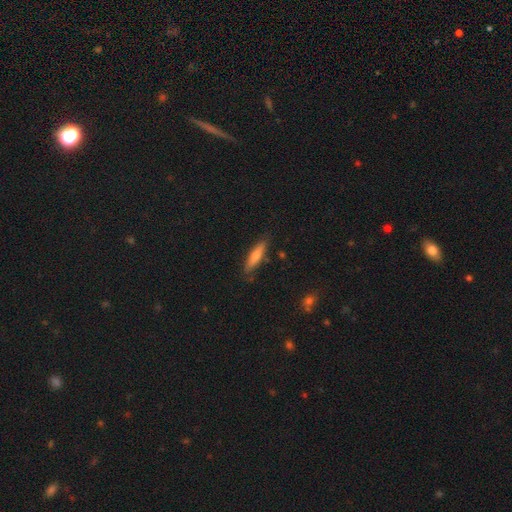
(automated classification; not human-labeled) A smooth galaxy with no disk features (58%) that is cigar-shaped (81%).

Vote fractions:
- Smooth or featured? smooth: 58% / featured or disk: 35% / star or artifact: 7%
- How rounded? cigar-shaped: 81% / in between: 17% / round: 2%
- Merging? none: 85% / minor disturbance: 12% / major disturbance: 2% / merger: 2%